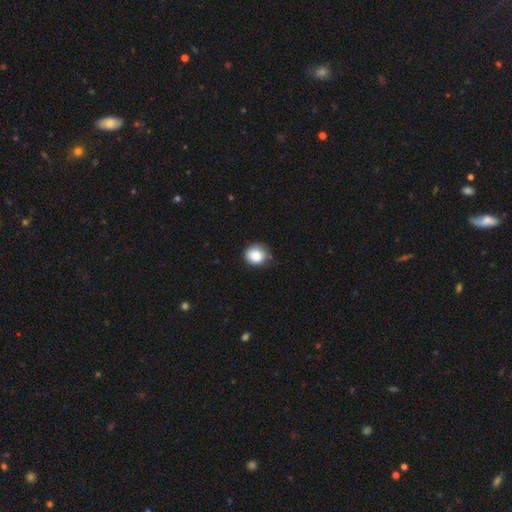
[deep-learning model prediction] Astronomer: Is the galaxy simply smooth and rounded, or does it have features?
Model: smooth — 86%.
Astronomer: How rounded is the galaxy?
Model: round — 80%.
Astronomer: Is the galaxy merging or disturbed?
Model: none — 72%.